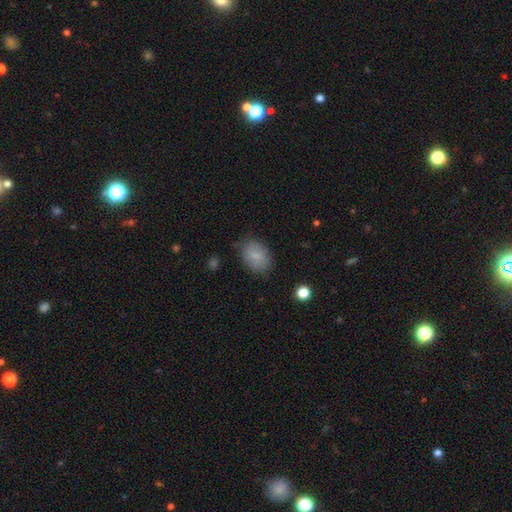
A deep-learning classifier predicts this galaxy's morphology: This appears to be a smooth galaxy with no disk features (82%) that is in between round and cigar-shaped (78%). Merging: none (77%).